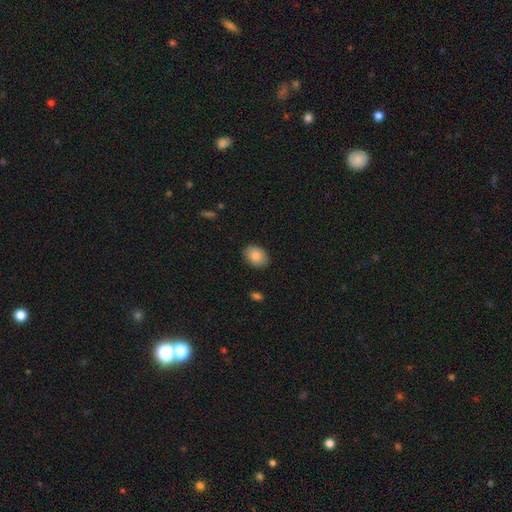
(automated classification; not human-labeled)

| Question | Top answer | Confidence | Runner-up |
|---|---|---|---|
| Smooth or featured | smooth | 86% | star or artifact (7%) |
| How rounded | in between | 80% | round (19%) |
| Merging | none | 88% | minor disturbance (9%) |